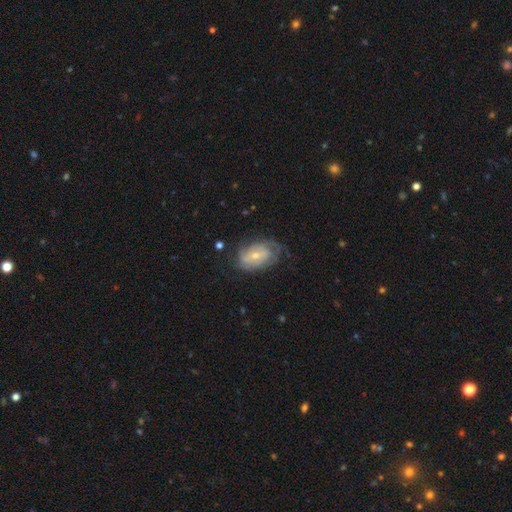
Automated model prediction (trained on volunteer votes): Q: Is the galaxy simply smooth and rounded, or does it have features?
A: featured or disk — 64%.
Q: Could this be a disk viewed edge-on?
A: no — 95%.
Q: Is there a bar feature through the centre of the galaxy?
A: no — 59%.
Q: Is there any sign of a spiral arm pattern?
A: yes — 76%.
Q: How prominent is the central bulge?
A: small — 50%.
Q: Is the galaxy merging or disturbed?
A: none — 53%.